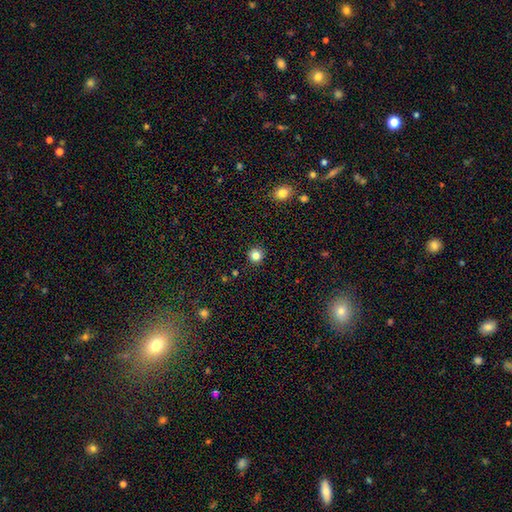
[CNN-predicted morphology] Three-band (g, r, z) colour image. It shows a smooth galaxy with no disk features (83%) that is round (94%). Merging: none (92%).